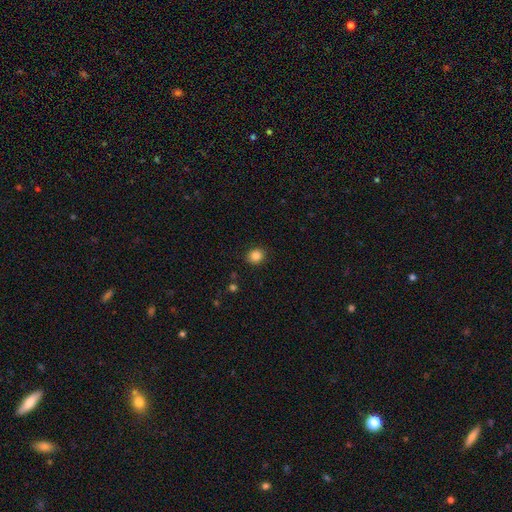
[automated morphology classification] smooth 85%, star or artifact 10%, featured or disk 4%. Down the decision tree: how rounded — round (71%); merging — none (89%).